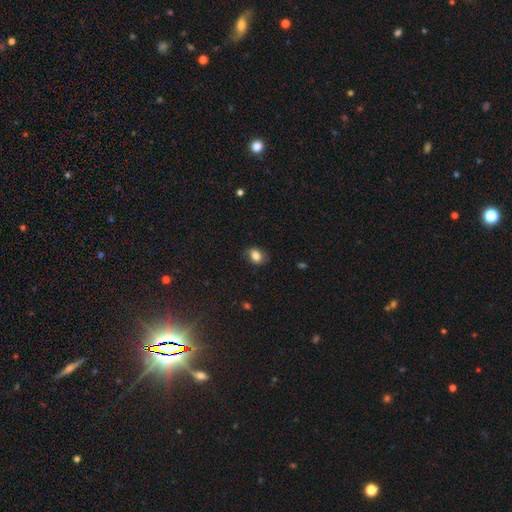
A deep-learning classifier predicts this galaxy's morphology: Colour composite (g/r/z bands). It shows a smooth galaxy with no disk features (80%) that is in between round and cigar-shaped (69%). Merging: none (72%).